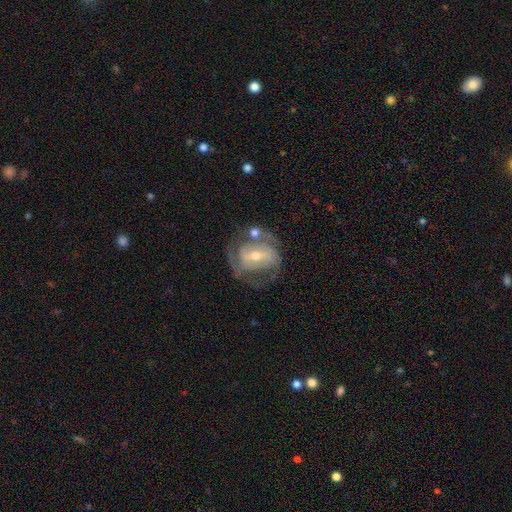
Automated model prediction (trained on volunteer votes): This is clearly a featured or disk galaxy (81%). It is clearly not viewed edge-on (96%). Bar: marginally weak (42%). Spiral arm pattern: clearly yes (86%). Spiral arm count: possibly 2 (60%). Spiral winding: marginally medium (43%). Central bulge: possibly moderate (48%, tied with small). Merging: possibly none (52%).